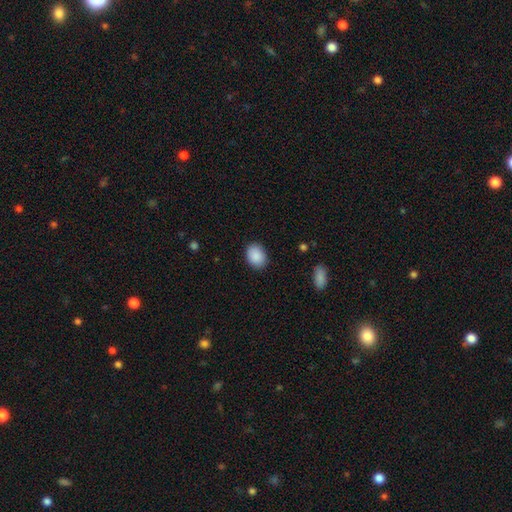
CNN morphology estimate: Q: Smooth or featured?
A: smooth (90%); runner-up: star or artifact (7%)
Q: How rounded?
A: in between (70%); runner-up: round (29%)
Q: Merging?
A: none (88%); runner-up: minor disturbance (9%)